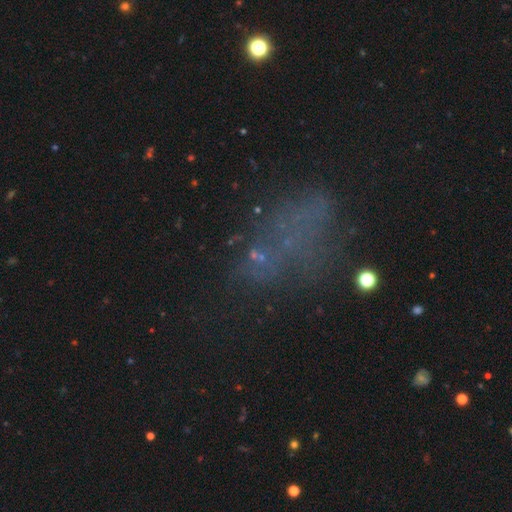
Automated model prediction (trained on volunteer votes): The model was most divided on "smooth or featured": star or artifact: 46%, featured or disk: 29%, smooth: 25%.